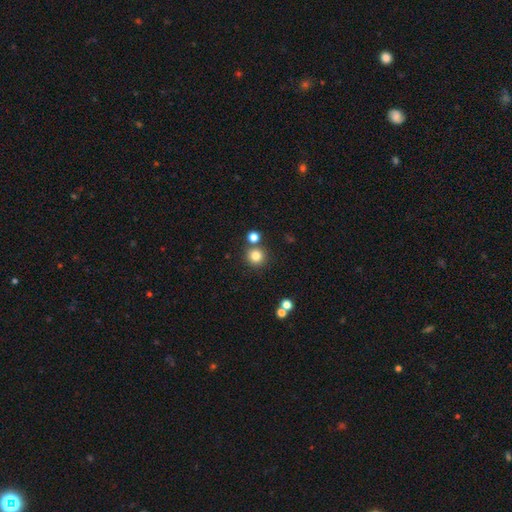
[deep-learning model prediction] The model was most divided on "merging": none: 78%, merger: 12%, minor disturbance: 7%, major disturbance: 3%. More confident: how rounded — round (94%); smooth or featured — smooth (81%).